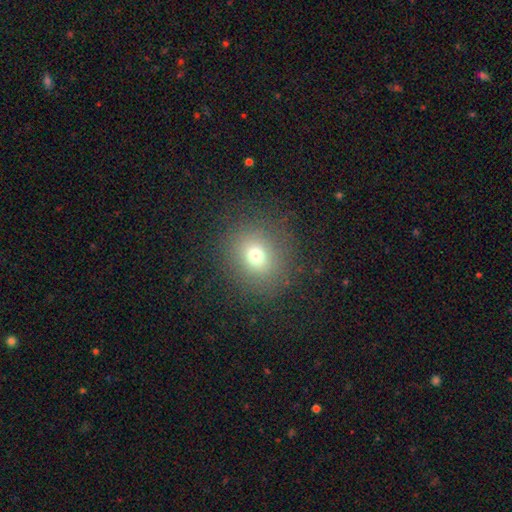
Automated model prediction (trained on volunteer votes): Q: Smooth or featured?
A: smooth (71%); runner-up: star or artifact (18%)
Q: How rounded?
A: round (77%); runner-up: in between (22%)
Q: Merging?
A: none (85%); runner-up: minor disturbance (8%)